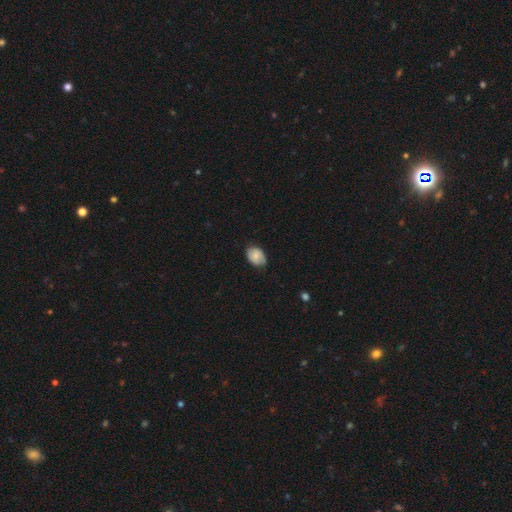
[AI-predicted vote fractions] This is likely a smooth galaxy (70%). How rounded: likely in between (75%). Merging: likely none (72%).